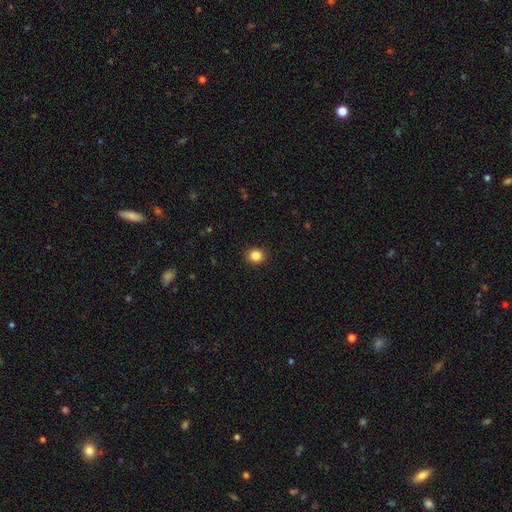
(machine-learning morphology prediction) A smooth galaxy with no disk features (84%) that is round (81%).

Vote fractions:
- Smooth or featured? smooth: 84% / star or artifact: 11% / featured or disk: 4%
- How rounded? round: 81% / in between: 18% / cigar-shaped: 1%
- Merging? none: 92% / minor disturbance: 5% / major disturbance: 2% / merger: 1%